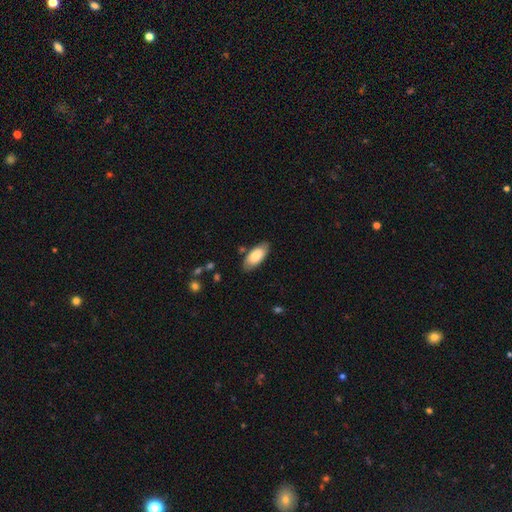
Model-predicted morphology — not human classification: The model was most divided on "smooth or featured": smooth: 78%, featured or disk: 16%, star or artifact: 6%. More confident: how rounded — in between (90%); merging — none (82%).